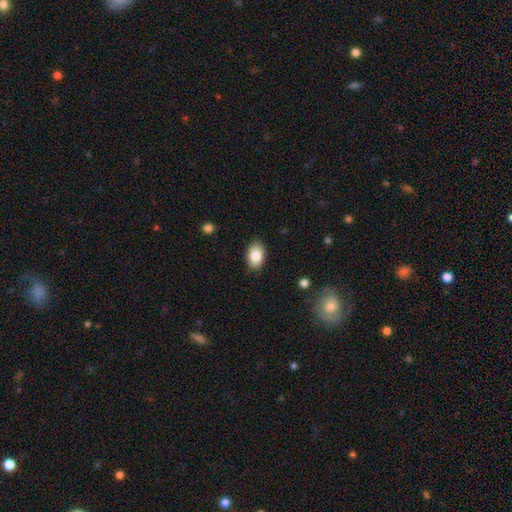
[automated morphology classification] The model was most divided on "how rounded": in between: 88%, round: 11%, cigar-shaped: 1%. More confident: merging — none (87%); smooth or featured — smooth (85%).